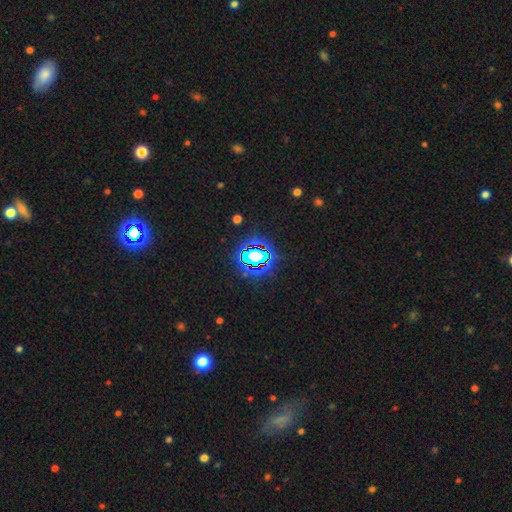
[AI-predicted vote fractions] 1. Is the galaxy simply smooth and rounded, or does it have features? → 71% star or artifact, 17% smooth, 12% featured or disk.